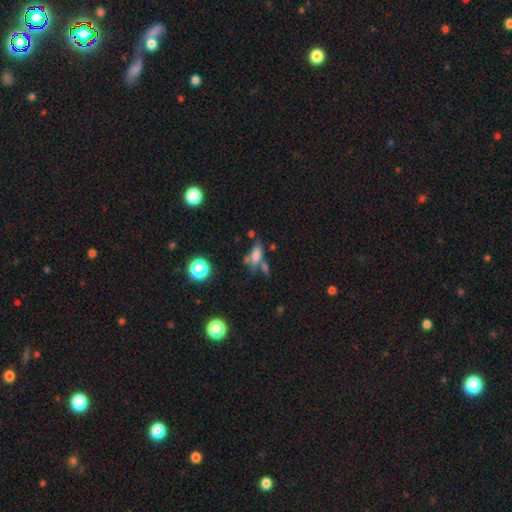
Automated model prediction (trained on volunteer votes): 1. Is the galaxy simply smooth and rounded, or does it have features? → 64% smooth, 20% featured or disk, 16% star or artifact.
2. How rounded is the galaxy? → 67% in between, 26% cigar-shaped, 7% round.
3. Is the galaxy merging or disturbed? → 41% none, 30% merger, 18% minor disturbance, 12% major disturbance.